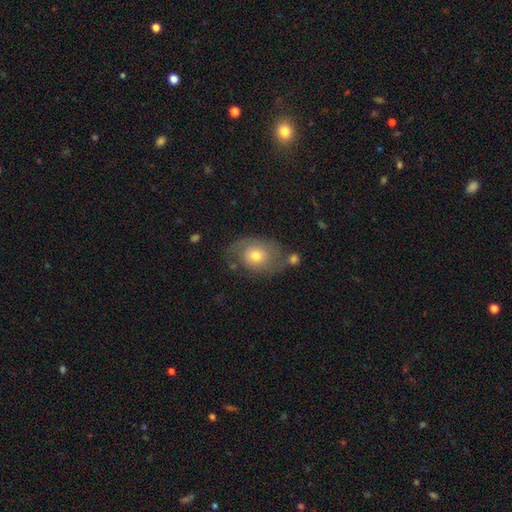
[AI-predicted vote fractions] This appears to be a featured or disk galaxy (50%). Merging: none (57%).